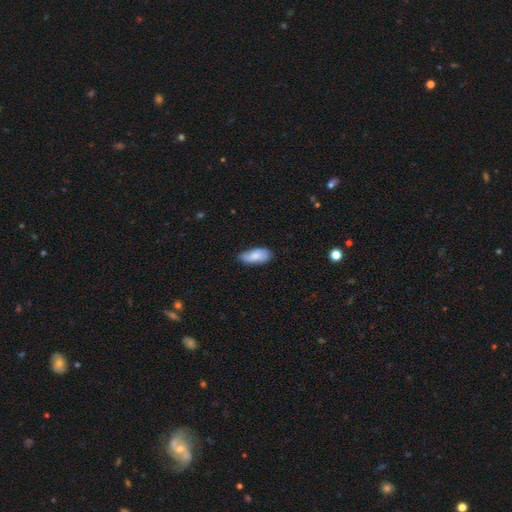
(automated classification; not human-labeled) Smooth or featured?
  - smooth: 77% *
  - featured or disk: 17%
  - star or artifact: 6%
How rounded?
  - in between: 89% *
  - cigar-shaped: 9%
  - round: 2%
Merging?
  - none: 67% *
  - minor disturbance: 27%
  - major disturbance: 4%
  - merger: 1%